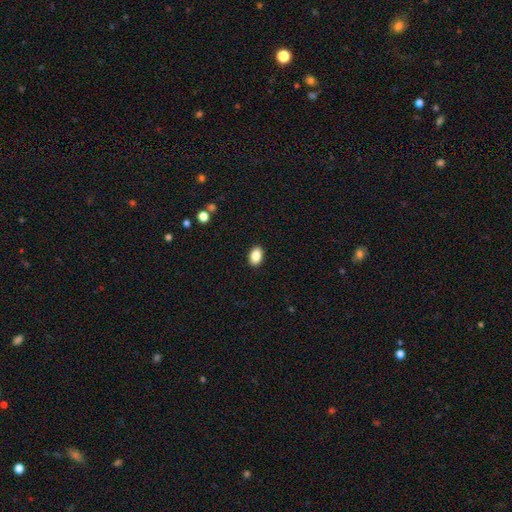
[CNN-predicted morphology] Smooth or featured? smooth (87%)
How rounded? in between (86%)
Merging? none (91%)